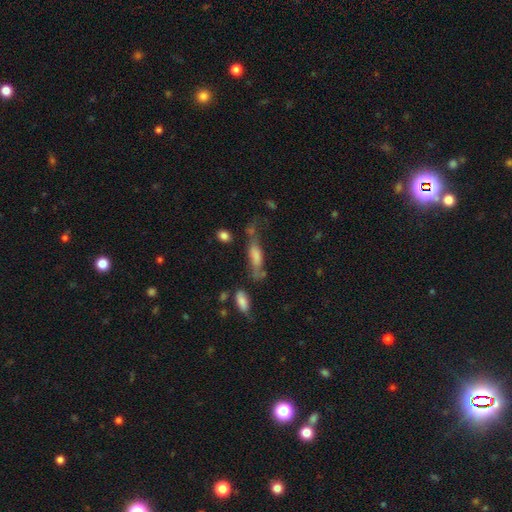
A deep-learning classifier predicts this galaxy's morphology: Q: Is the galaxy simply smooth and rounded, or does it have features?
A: smooth — 52%.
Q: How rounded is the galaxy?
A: cigar-shaped — 52%.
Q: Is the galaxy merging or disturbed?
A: none — 41%.